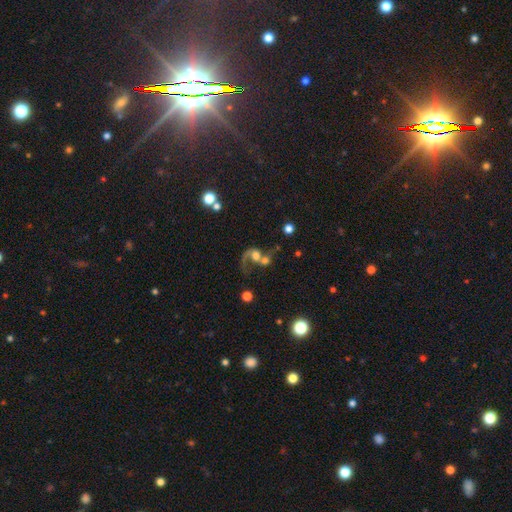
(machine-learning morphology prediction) A featured or disk galaxy (57%) with no bar (71%), spiral arms (76%) and a moderate central bulge (37%).

Vote fractions:
- Smooth or featured? featured or disk: 57% / smooth: 30% / star or artifact: 13%
- Edge-on disk? no: 97% / yes: 3%
- Bar? no: 71% / weak: 23% / strong: 6%
- Spiral arms? yes: 76% / no: 24%
- Bulge size? moderate: 37% / large: 31% / small: 15% / none: 11% / dominant: 7%
- Merging? merger: 62% / major disturbance: 18% / none: 14% / minor disturbance: 6%